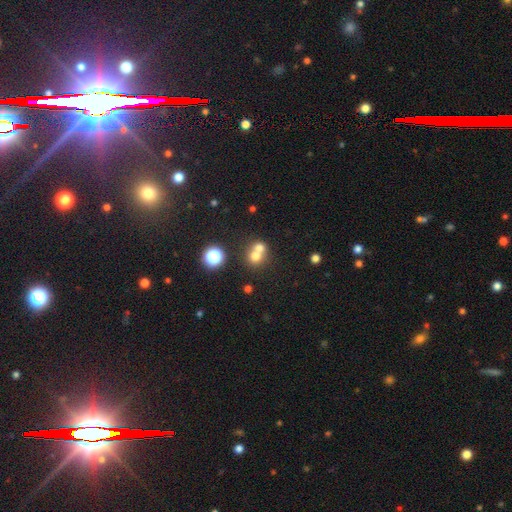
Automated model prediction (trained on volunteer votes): Smooth or featured? smooth (68%)
How rounded? round (83%)
Merging? merger (58%)